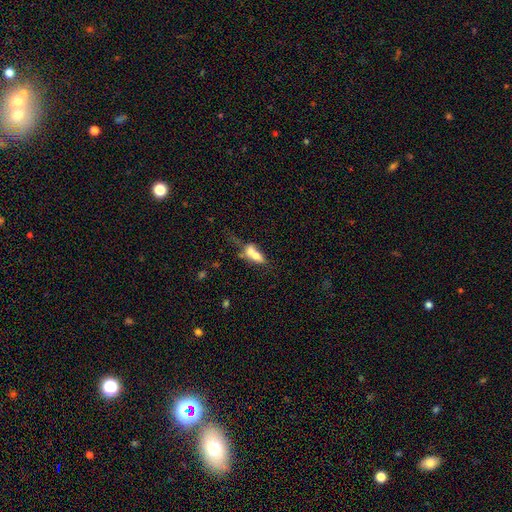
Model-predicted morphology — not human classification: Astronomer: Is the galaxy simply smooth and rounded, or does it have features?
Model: smooth — 61%.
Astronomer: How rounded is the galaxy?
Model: in between — 68%.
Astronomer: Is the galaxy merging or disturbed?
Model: merger — 67%.